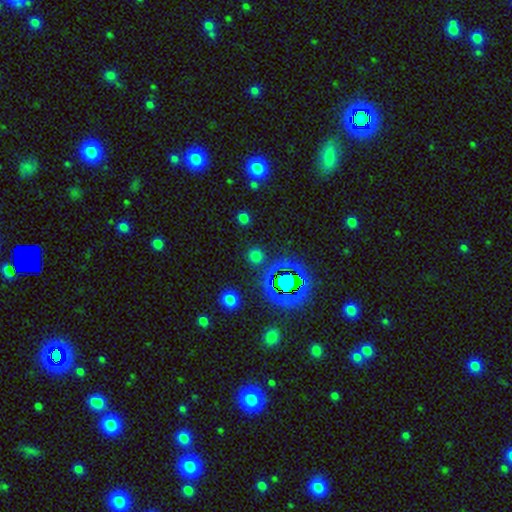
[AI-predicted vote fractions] Smooth or featured? Predicted: smooth (p=0.65). How rounded? Predicted: round (p=0.91). Merging? Predicted: none (p=0.86).